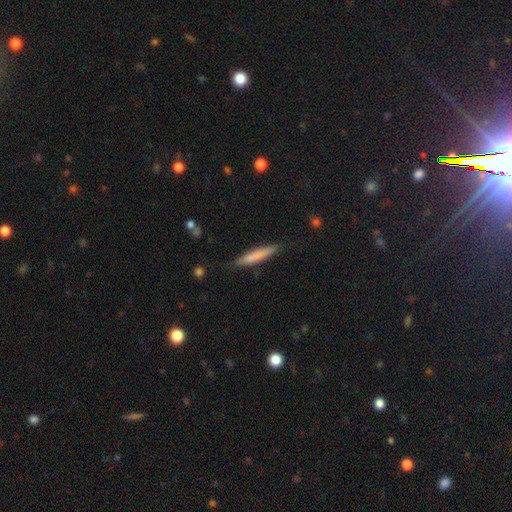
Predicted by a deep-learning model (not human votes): Overall: smooth (72%). How rounded: cigar-shaped (92%). Merging: none (83%).